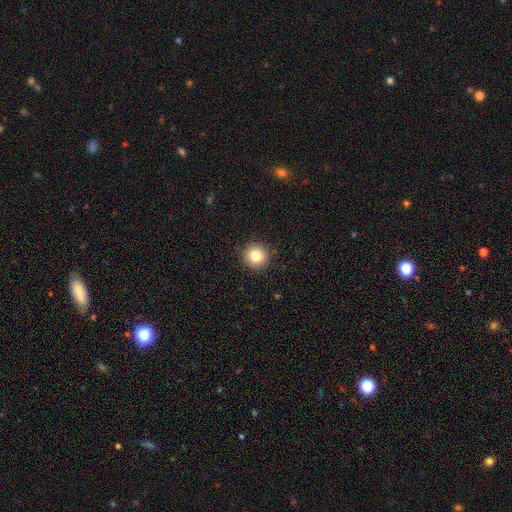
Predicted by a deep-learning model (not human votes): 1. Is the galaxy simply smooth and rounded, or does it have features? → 81% smooth, 11% star or artifact, 8% featured or disk.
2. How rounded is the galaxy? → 96% round, 3% in between, 1% cigar-shaped.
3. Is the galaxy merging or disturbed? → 92% none, 5% minor disturbance, 2% major disturbance, 1% merger.